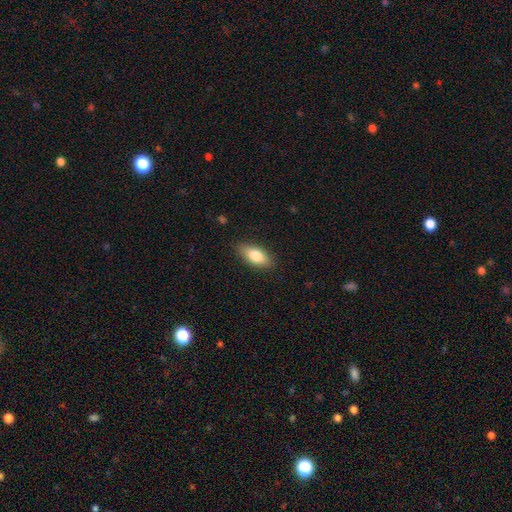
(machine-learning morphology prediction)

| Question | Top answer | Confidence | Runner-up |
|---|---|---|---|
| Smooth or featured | smooth | 80% | featured or disk (14%) |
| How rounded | in between | 81% | cigar-shaped (16%) |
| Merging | none | 87% | minor disturbance (10%) |